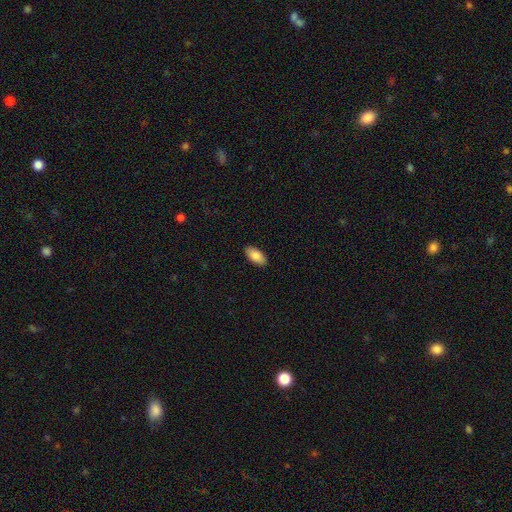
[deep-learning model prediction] This appears to be a smooth galaxy with no disk features (86%) that is in between round and cigar-shaped (93%). Merging: none (90%).